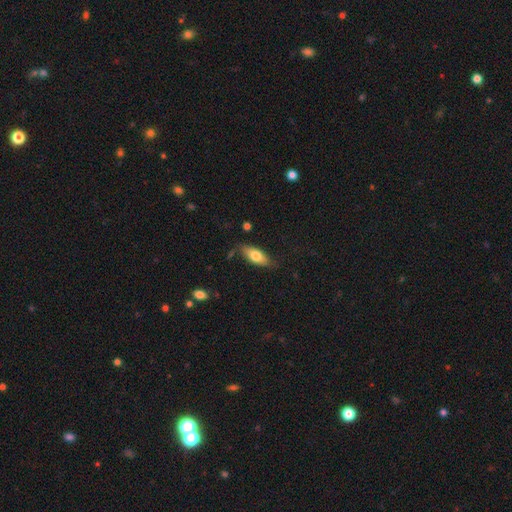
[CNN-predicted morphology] Smooth or featured? Predicted: smooth (p=0.72). How rounded? Predicted: in between (p=0.77). Merging? Predicted: none (p=0.75).